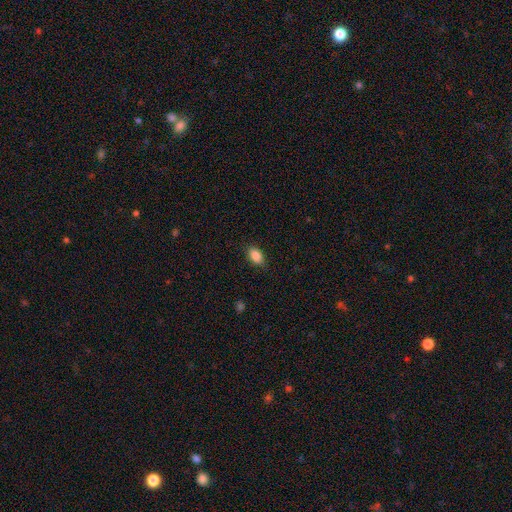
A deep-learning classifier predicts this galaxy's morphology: smooth 88%, star or artifact 8%, featured or disk 4%. Down the decision tree: how rounded — in between (90%); merging — none (86%).